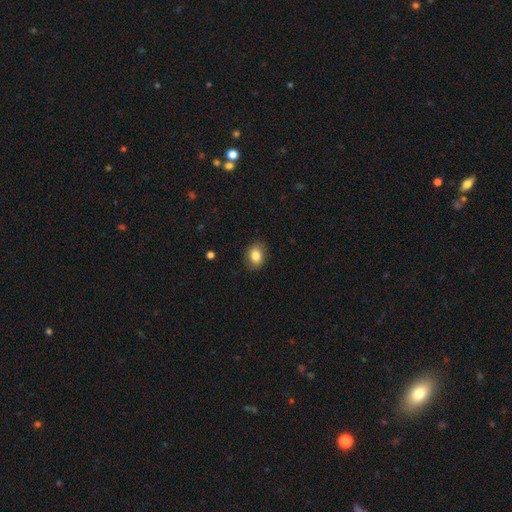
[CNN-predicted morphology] This is clearly a smooth galaxy (83%). How rounded: likely in between (65%). Merging: clearly none (84%).